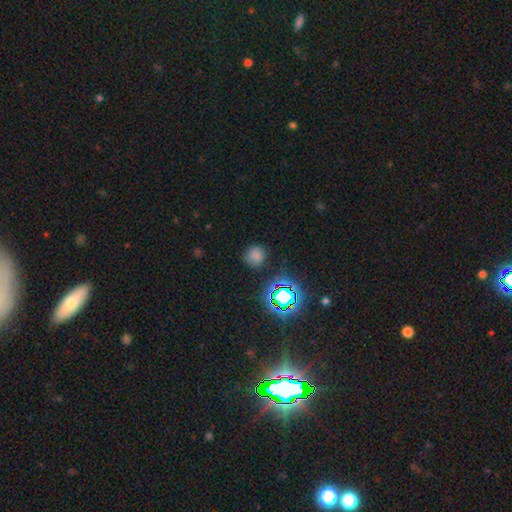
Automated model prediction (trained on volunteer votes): Smooth or featured? smooth (69%)
How rounded? round (88%)
Merging? none (80%)